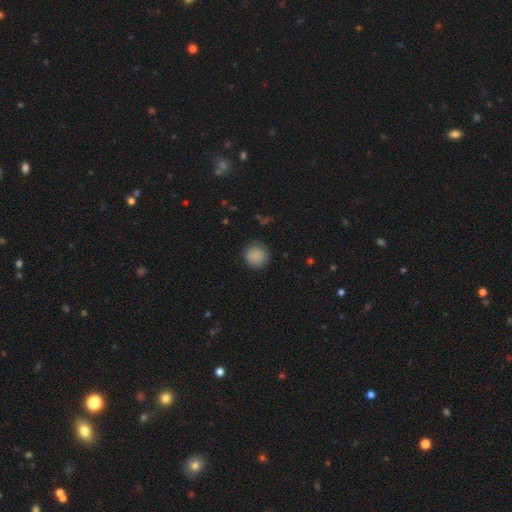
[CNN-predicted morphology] Q: Smooth or featured?
A: smooth (87%); runner-up: star or artifact (8%)
Q: How rounded?
A: round (94%); runner-up: in between (5%)
Q: Merging?
A: none (87%); runner-up: minor disturbance (9%)